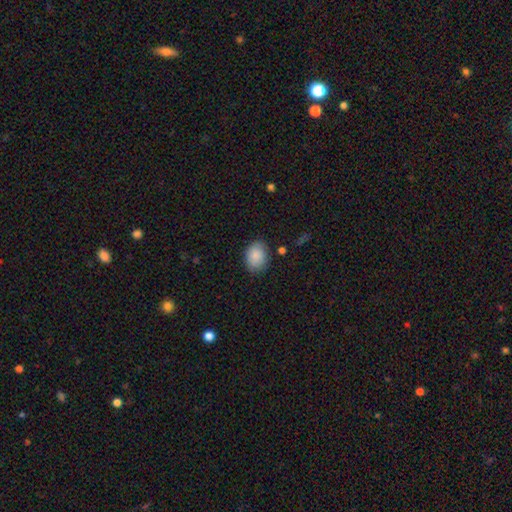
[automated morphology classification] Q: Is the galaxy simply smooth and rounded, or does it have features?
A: smooth — 86%.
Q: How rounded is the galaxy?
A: in between — 64%.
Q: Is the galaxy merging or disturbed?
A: none — 80%.